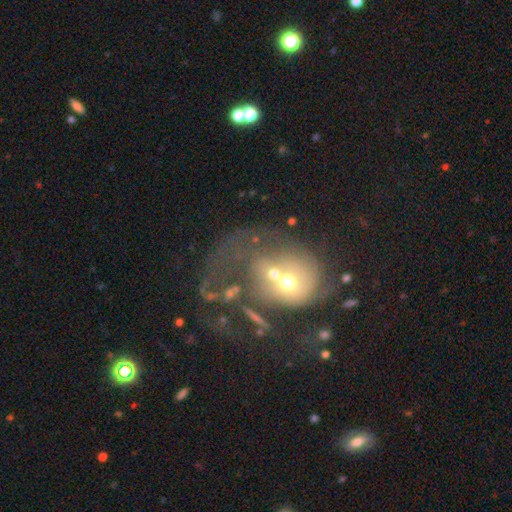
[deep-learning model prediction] Smooth or featured: featured or disk — 58% (smooth — 25%)
Edge-on disk: no — 97% (yes — 3%)
Bar: no — 81% (weak — 15%)
Spiral arms: no — 56% (yes — 44%)
Bulge size: moderate — 49% (small — 38%)
Merging: major disturbance — 45% (merger — 23%)